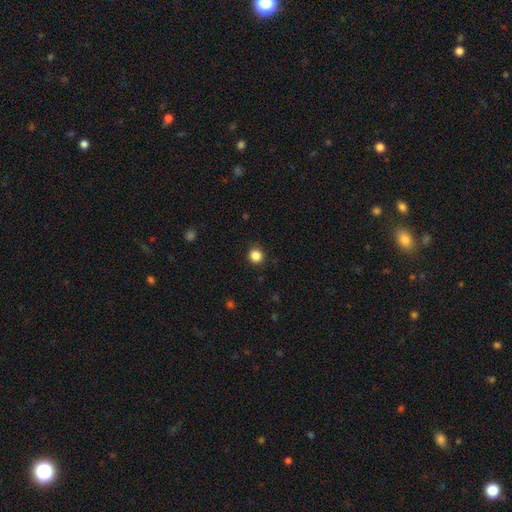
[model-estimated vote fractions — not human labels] A smooth galaxy with no disk features (85%) that is round (93%).

Vote fractions:
- Smooth or featured? smooth: 85% / star or artifact: 11% / featured or disk: 3%
- How rounded? round: 93% / in between: 6% / cigar-shaped: 1%
- Merging? none: 91% / minor disturbance: 6% / major disturbance: 2% / merger: 1%